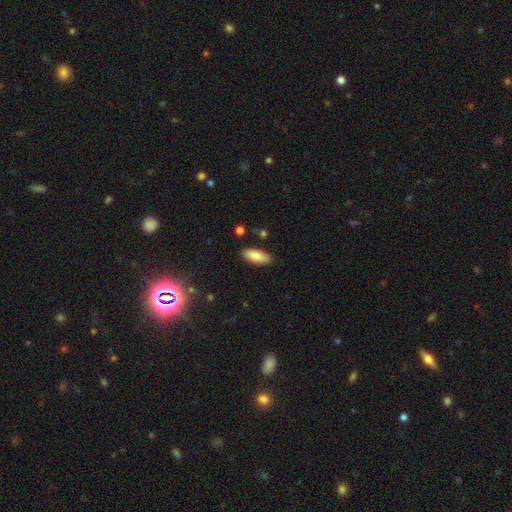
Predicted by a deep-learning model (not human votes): Overall: smooth (86%). How rounded: in between (79%). Merging: none (86%).